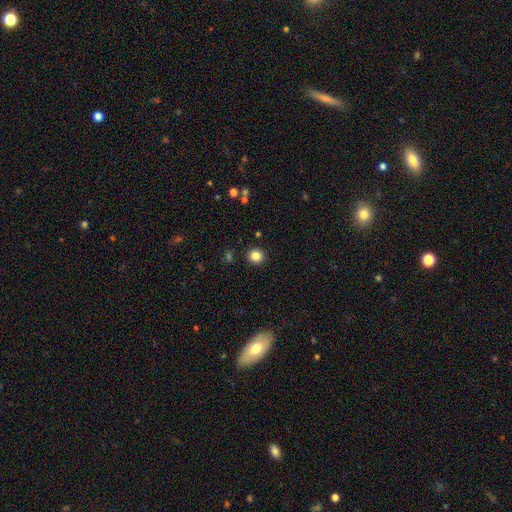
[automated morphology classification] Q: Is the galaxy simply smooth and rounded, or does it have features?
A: smooth — 84%.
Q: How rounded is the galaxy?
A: round — 89%.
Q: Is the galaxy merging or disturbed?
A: none — 91%.